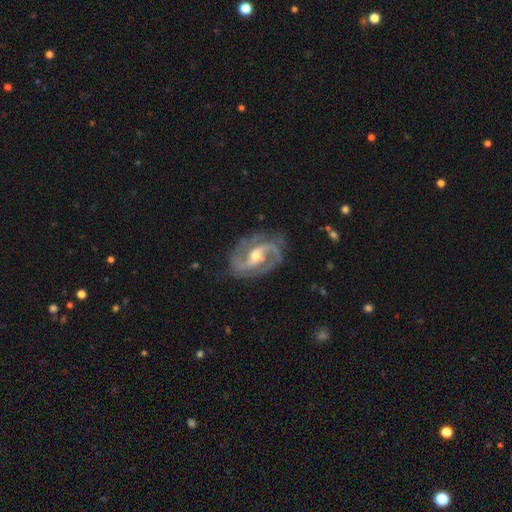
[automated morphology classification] This is clearly a featured or disk galaxy (91%). It is clearly not viewed edge-on (97%). Bar: marginally weak (42%). Spiral arm pattern: clearly yes (98%). Spiral arm count: clearly 2 (81%). Spiral winding: possibly medium (53%). Central bulge: likely moderate (61%). Merging: likely none (79%).